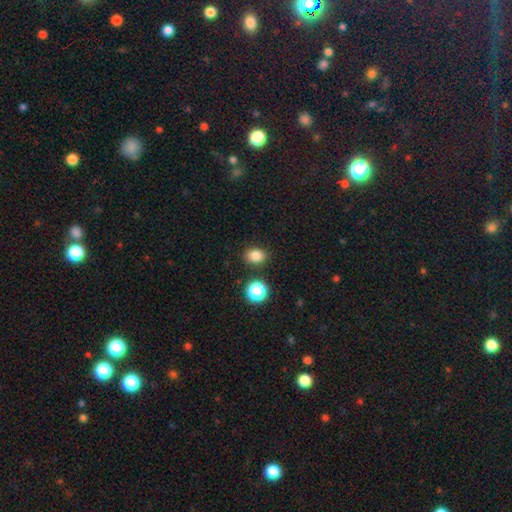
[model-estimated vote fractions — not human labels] Overall: smooth (82%). How rounded: in between (60%; round 38%). Merging: none (85%).